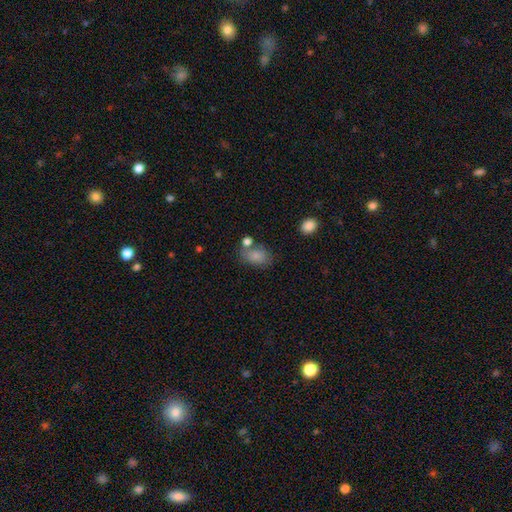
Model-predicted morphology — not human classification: smooth-or-featured: smooth: 82% | star or artifact: 9% | featured or disk: 9%
  how-rounded: in between: 77% | round: 22% | cigar-shaped: 1%
  merging: none: 53% | merger: 20% | minor disturbance: 20% | major disturbance: 8%